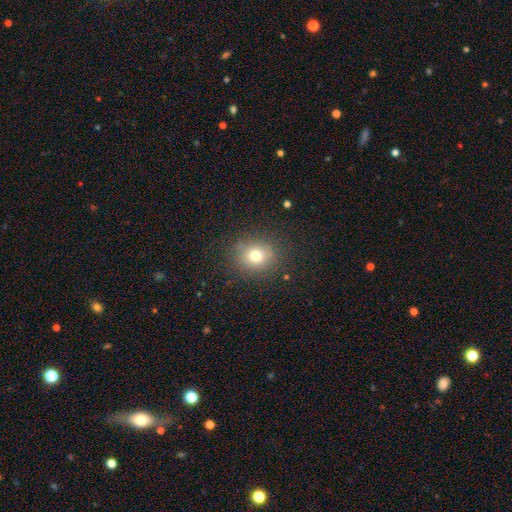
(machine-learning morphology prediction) Smooth or featured?
  - smooth: 74% *
  - star or artifact: 15%
  - featured or disk: 11%
How rounded?
  - round: 77% *
  - in between: 22%
  - cigar-shaped: 1%
Merging?
  - none: 84% *
  - minor disturbance: 10%
  - major disturbance: 4%
  - merger: 1%